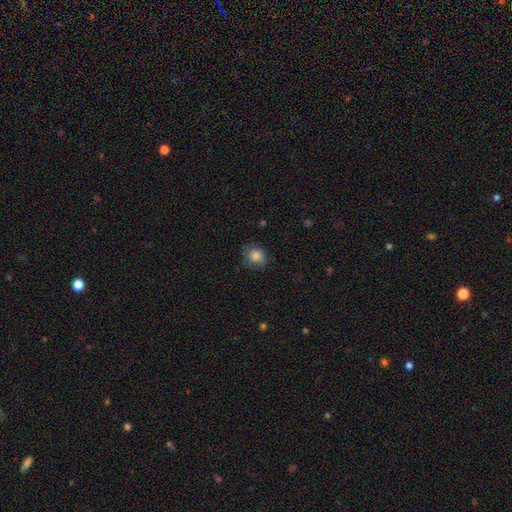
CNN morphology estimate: This appears to be a smooth galaxy with no disk features (83%) that is round (76%). Merging: none (75%).